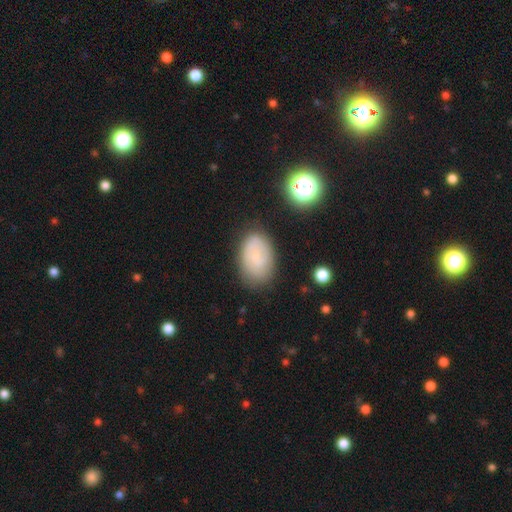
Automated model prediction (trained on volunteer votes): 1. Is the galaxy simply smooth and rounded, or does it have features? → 53% smooth, 37% featured or disk, 10% star or artifact.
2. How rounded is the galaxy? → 87% in between, 12% round, 1% cigar-shaped.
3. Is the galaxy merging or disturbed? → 76% none, 17% minor disturbance, 5% major disturbance, 2% merger.